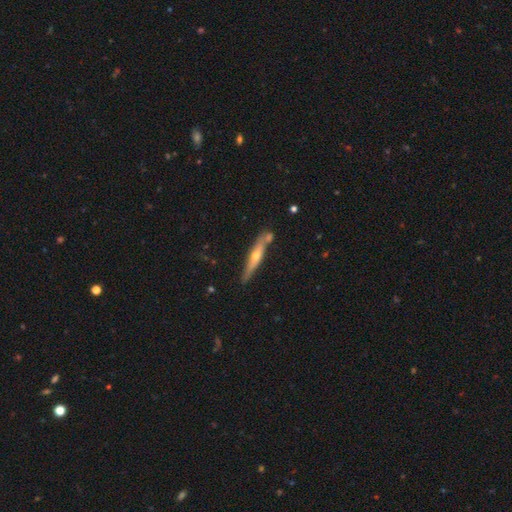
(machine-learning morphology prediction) type=featured or disk (67%); edge-on=yes (93%); edge-on bulge=rounded (88%); merging=none (78%).